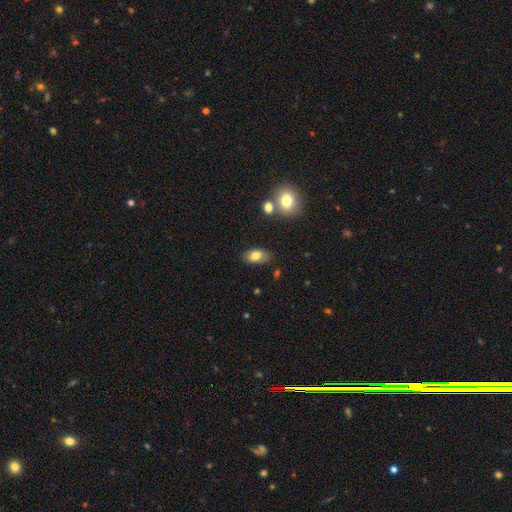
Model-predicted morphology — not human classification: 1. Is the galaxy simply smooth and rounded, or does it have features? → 80% smooth, 12% featured or disk, 8% star or artifact.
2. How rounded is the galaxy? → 92% in between, 5% round, 3% cigar-shaped.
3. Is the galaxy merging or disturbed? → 78% none, 15% minor disturbance, 4% merger, 3% major disturbance.